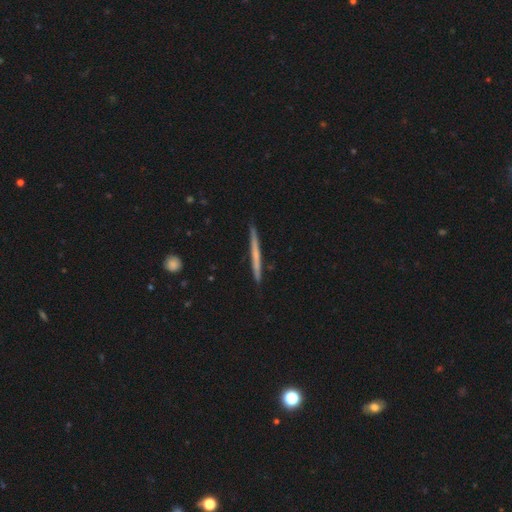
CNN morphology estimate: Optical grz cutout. It shows a featured or disk galaxy (48%). Merging: none (90%).